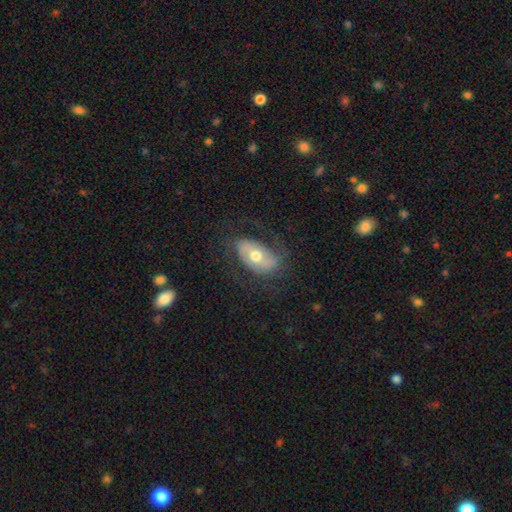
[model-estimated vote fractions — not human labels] A featured or disk galaxy (54%). Merging: none (65%).